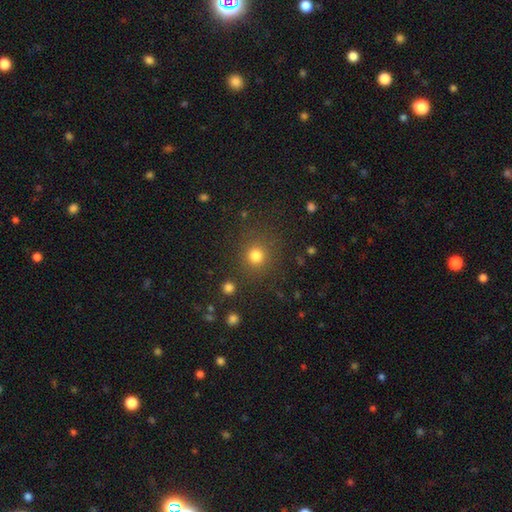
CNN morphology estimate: smooth 79%, star or artifact 15%, featured or disk 6%. Down the decision tree: how rounded — round (91%); merging — none (84%).